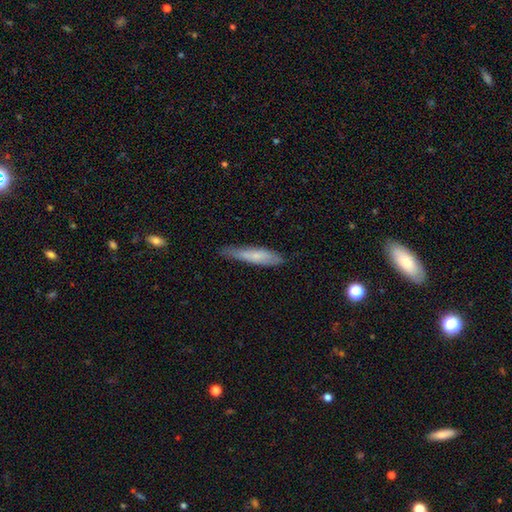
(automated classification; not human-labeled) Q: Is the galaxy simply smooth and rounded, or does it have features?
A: smooth — 64%.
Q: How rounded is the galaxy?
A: cigar-shaped — 82%.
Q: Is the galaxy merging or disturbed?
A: none — 65%.